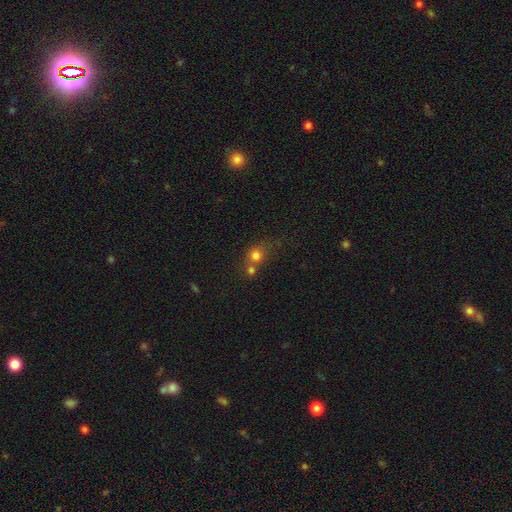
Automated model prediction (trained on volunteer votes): Overall: smooth (75%). How rounded: round (83%). Merging: merger (48%; none 39%).